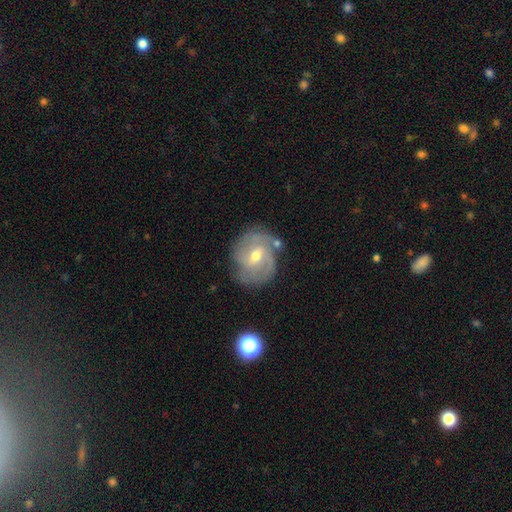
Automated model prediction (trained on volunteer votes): Smooth or featured?
  - featured or disk: 75% *
  - smooth: 17%
  - star or artifact: 8%
Edge-on disk?
  - no: 97% *
  - yes: 3%
Bar?
  - weak: 52% *
  - no: 37%
  - strong: 12%
Spiral arms?
  - yes: 89% *
  - no: 11%
Spiral winding?
  - tight: 45% *
  - medium: 40%
  - loose: 15%
Spiral arm count?
  - 2: 40% *
  - can't tell: 26%
  - 3: 20%
  - 1: 5%
  - 4: 5%
  - more than 4: 3%
Bulge size?
  - moderate: 59% *
  - small: 38%
  - large: 2%
  - none: 1%
  - dominant: 1%
Merging?
  - none: 67% *
  - minor disturbance: 20%
  - major disturbance: 7%
  - merger: 6%